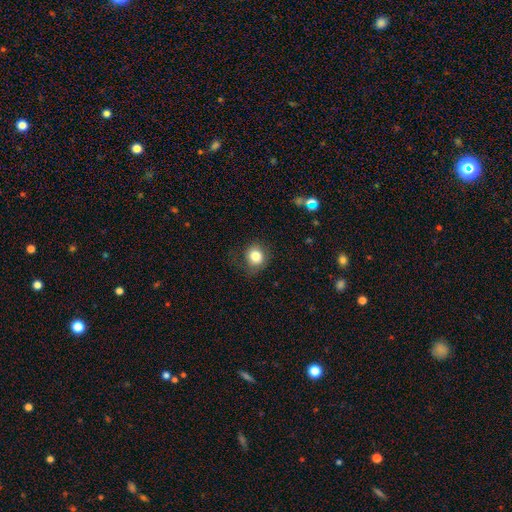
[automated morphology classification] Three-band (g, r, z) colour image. It shows a smooth galaxy with no disk features (81%) that is round (80%). Merging: none (70%).